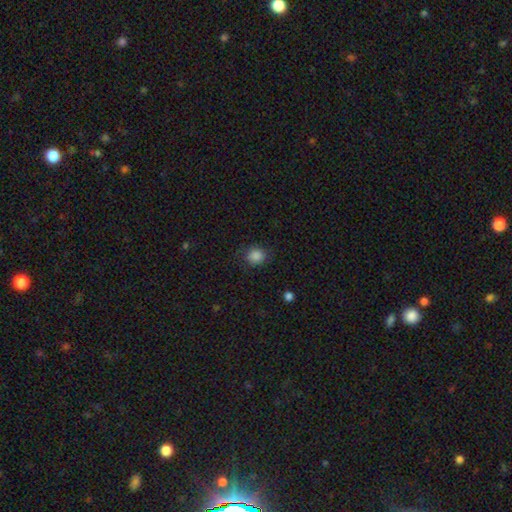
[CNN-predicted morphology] A smooth galaxy with no disk features (85%) that is round (77%).

Vote fractions:
- Smooth or featured? smooth: 85% / star or artifact: 10% / featured or disk: 5%
- How rounded? round: 77% / in between: 22% / cigar-shaped: 1%
- Merging? none: 77% / minor disturbance: 16% / major disturbance: 6% / merger: 1%